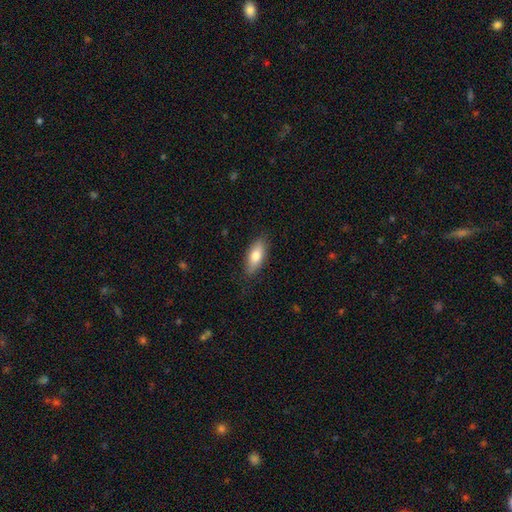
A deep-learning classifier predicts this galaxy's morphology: Q: Smooth or featured?
A: smooth (76%); runner-up: featured or disk (17%)
Q: How rounded?
A: in between (76%); runner-up: cigar-shaped (21%)
Q: Merging?
A: none (85%); runner-up: minor disturbance (12%)